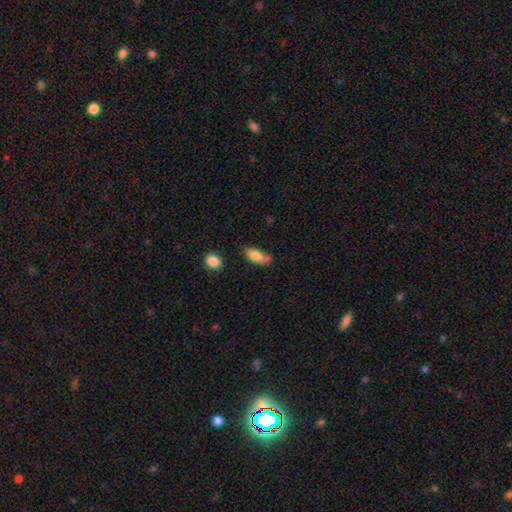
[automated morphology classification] A smooth galaxy with no disk features (81%) that is in between round and cigar-shaped (80%).

Vote fractions:
- Smooth or featured? smooth: 81% / featured or disk: 11% / star or artifact: 8%
- How rounded? in between: 80% / cigar-shaped: 17% / round: 3%
- Merging? none: 53% / minor disturbance: 26% / merger: 13% / major disturbance: 8%